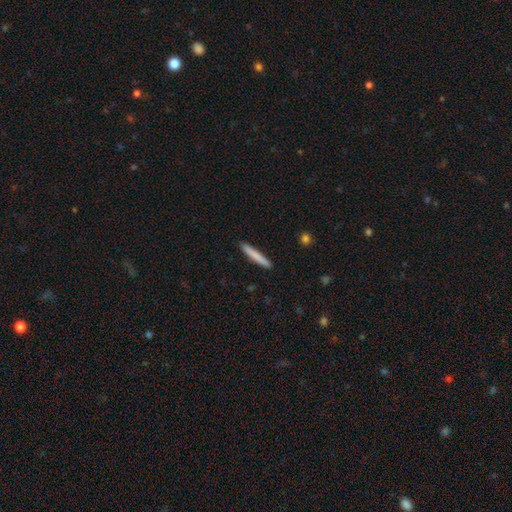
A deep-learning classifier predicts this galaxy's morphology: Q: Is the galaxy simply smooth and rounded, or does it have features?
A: smooth — 78%.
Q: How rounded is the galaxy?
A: cigar-shaped — 96%.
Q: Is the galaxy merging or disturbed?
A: none — 92%.